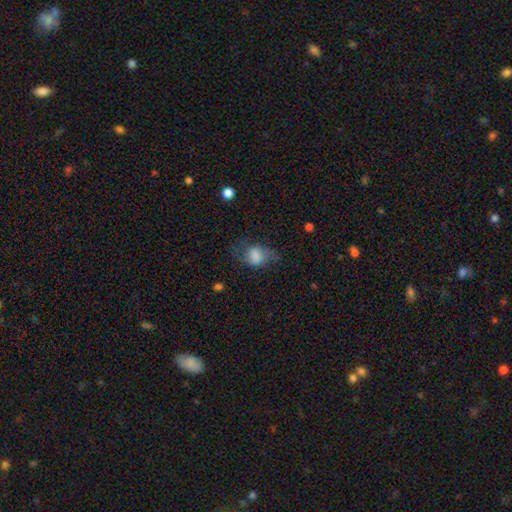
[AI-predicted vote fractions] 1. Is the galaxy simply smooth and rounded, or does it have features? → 69% smooth, 22% featured or disk, 9% star or artifact.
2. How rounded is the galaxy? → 59% in between, 40% round, 1% cigar-shaped.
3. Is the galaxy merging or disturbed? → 49% none, 26% minor disturbance, 23% major disturbance, 2% merger.